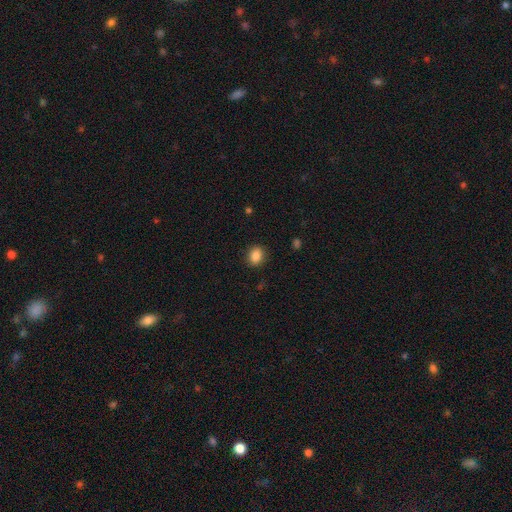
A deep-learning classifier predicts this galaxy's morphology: smooth 87%, star or artifact 9%, featured or disk 4%. Down the decision tree: how rounded — in between (55%); merging — none (88%).